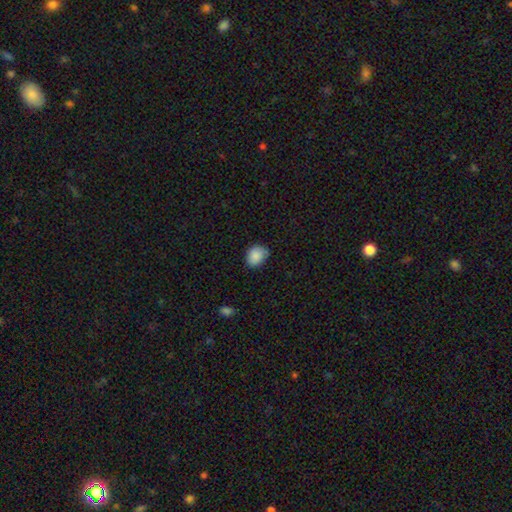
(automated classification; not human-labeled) smooth-or-featured: smooth: 87% | star or artifact: 8% | featured or disk: 5%
  how-rounded: in between: 53% | round: 47% | cigar-shaped: 1%
  merging: none: 72% | minor disturbance: 23% | major disturbance: 3% | merger: 1%